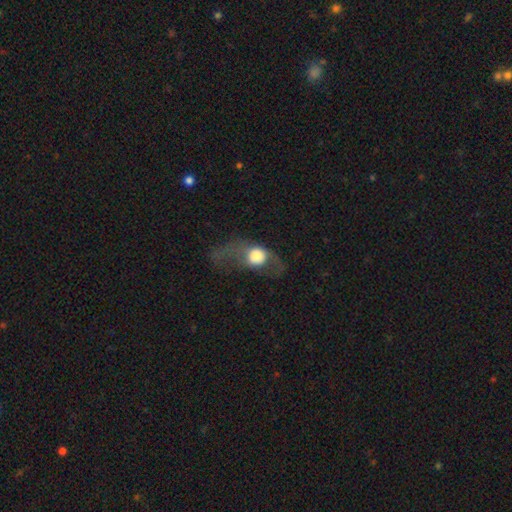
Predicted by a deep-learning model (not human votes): The model was most divided on "merging": major disturbance: 43%, none: 35%, minor disturbance: 19%, merger: 3%. More confident: how rounded — round (62%); smooth or featured — smooth (58%).